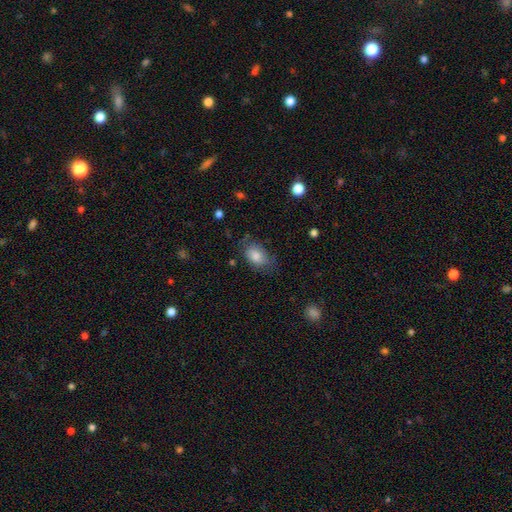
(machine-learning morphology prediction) type=smooth (77%); roundness=in between (86%); merging=none (63%).